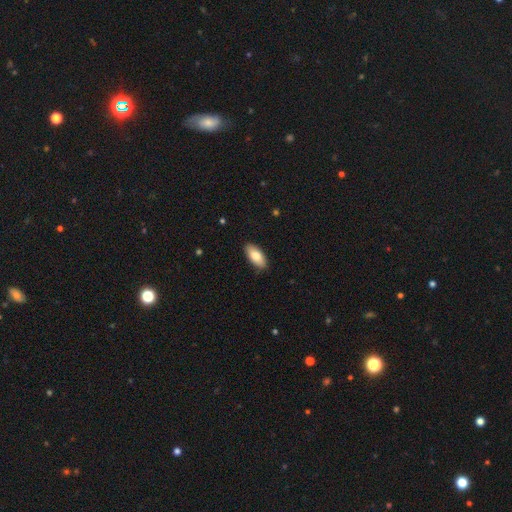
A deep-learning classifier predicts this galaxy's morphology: Smooth or featured: smooth — 78% (featured or disk — 16%)
How rounded: in between — 90% (cigar-shaped — 7%)
Merging: none — 88% (minor disturbance — 9%)